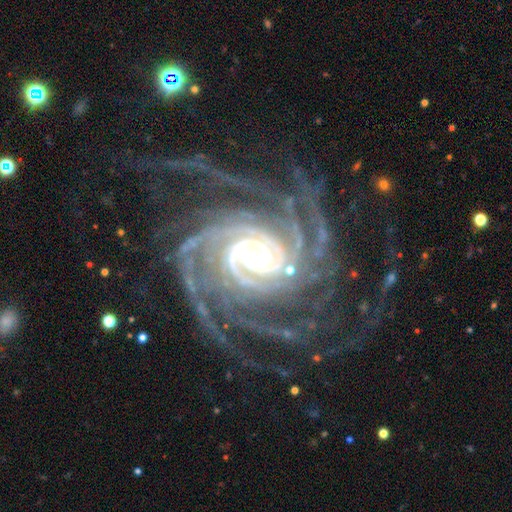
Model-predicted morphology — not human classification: Smooth or featured: featured or disk — 94% (star or artifact — 4%)
Edge-on disk: no — 98% (yes — 2%)
Bar: no — 49% (weak — 26%)
Spiral arms: yes — 99% (no — 1%)
Spiral winding: tight — 76% (medium — 20%)
Spiral arm count: more than 4 — 33% (4 — 20%)
Bulge size: moderate — 62% (small — 19%)
Merging: none — 70% (minor disturbance — 14%)